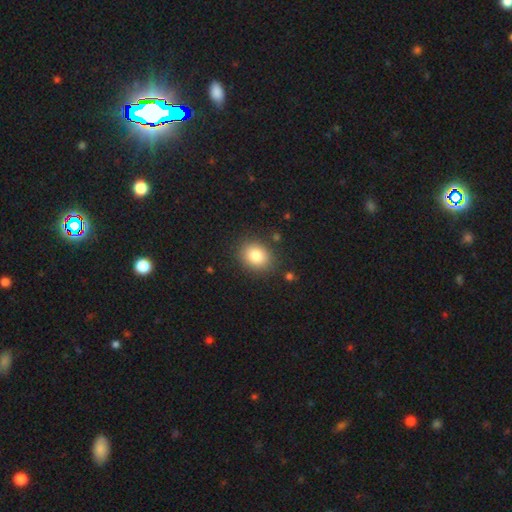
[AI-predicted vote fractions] Smooth or featured? smooth (83%)
How rounded? round (60%)
Merging? none (86%)